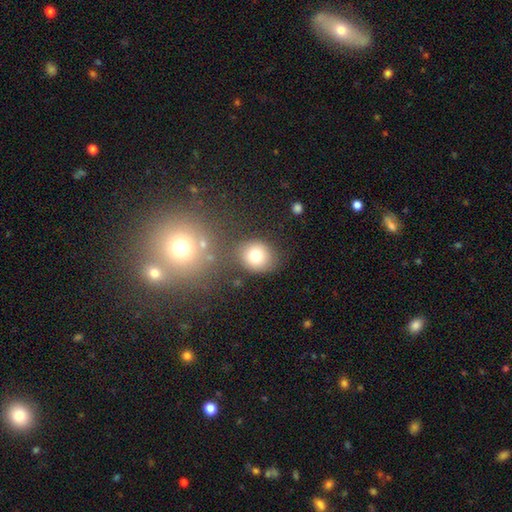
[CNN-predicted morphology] Overall: smooth (78%). How rounded: round (77%). Merging: none (75%).